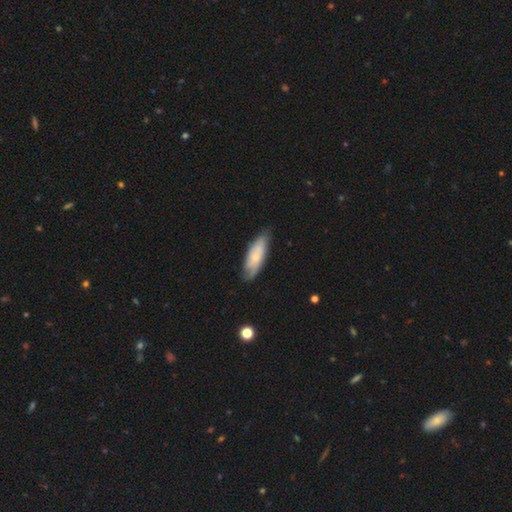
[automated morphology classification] smooth_or_featured: smooth (p=0.56) [alt: featured or disk p=0.39]
how_rounded: in between (p=0.62) [alt: cigar-shaped p=0.36]
merging: none (p=0.71) [alt: minor disturbance p=0.22]